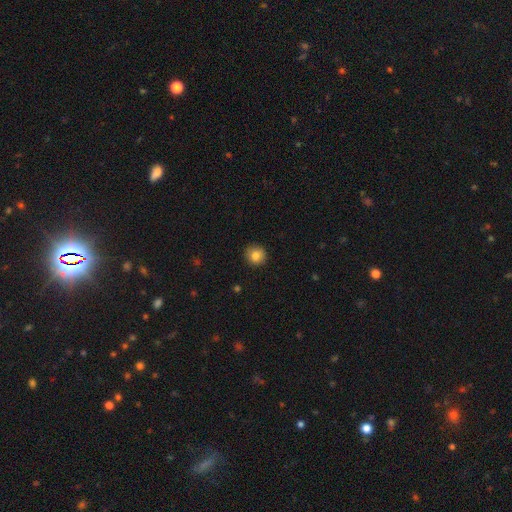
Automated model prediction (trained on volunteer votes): A smooth galaxy with no disk features (83%) that is round (93%).

Vote fractions:
- Smooth or featured? smooth: 83% / star or artifact: 10% / featured or disk: 8%
- How rounded? round: 93% / in between: 6% / cigar-shaped: 1%
- Merging? none: 91% / minor disturbance: 6% / major disturbance: 2% / merger: 1%